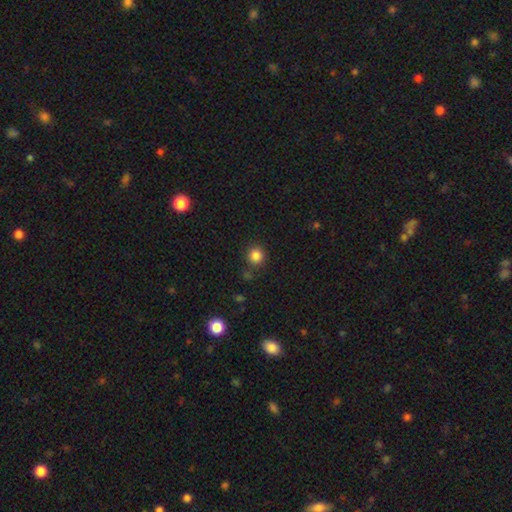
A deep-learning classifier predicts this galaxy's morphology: Q: Smooth or featured?
A: smooth (84%); runner-up: star or artifact (12%)
Q: How rounded?
A: round (92%); runner-up: in between (7%)
Q: Merging?
A: none (84%); runner-up: minor disturbance (9%)